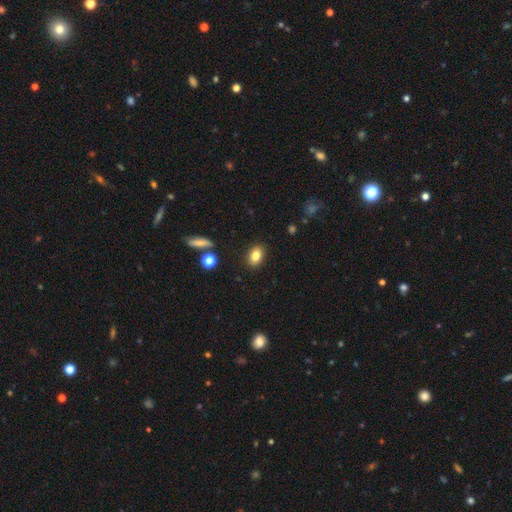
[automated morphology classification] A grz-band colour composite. It shows a smooth galaxy with no disk features (82%) that is in between round and cigar-shaped (80%). Merging: none (87%).